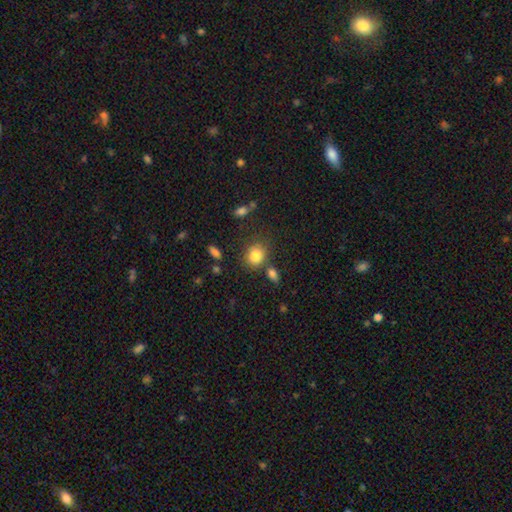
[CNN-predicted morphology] Smooth or featured? Predicted: smooth (p=0.83). How rounded? Predicted: round (p=0.65). Merging? Predicted: none (p=0.70).